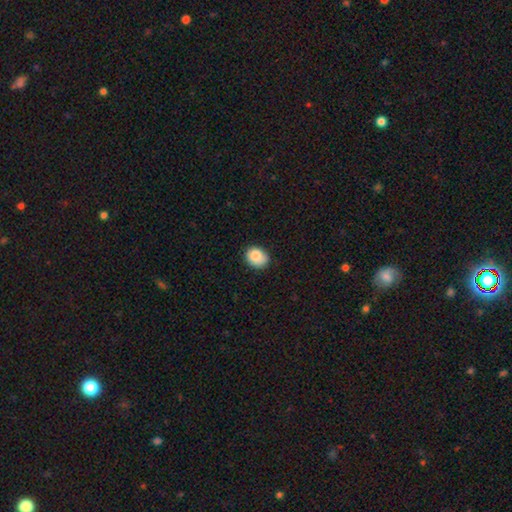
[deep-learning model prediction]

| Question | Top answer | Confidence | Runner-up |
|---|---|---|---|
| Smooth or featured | smooth | 84% | star or artifact (9%) |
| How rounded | round | 51% | in between (49%) |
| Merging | none | 71% | minor disturbance (23%) |